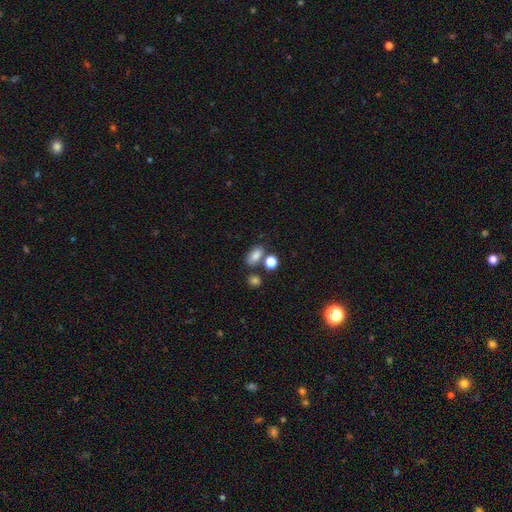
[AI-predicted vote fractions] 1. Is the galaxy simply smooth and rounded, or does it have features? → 80% smooth, 12% star or artifact, 8% featured or disk.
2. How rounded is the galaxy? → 84% in between, 13% round, 3% cigar-shaped.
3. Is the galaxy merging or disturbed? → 65% none, 18% merger, 13% minor disturbance, 5% major disturbance.